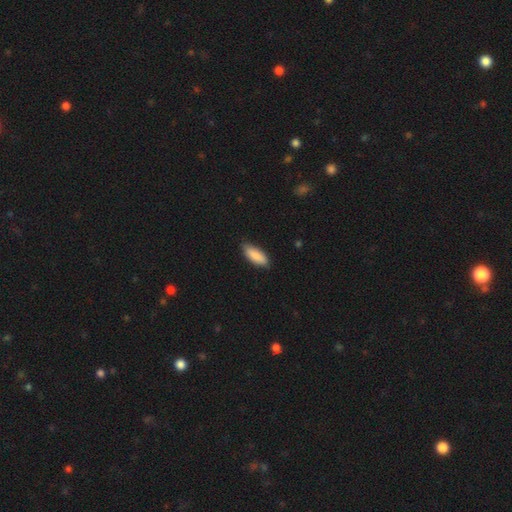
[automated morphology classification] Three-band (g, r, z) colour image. It shows a smooth galaxy with no disk features (89%) that is in between round and cigar-shaped (75%). Merging: none (84%).